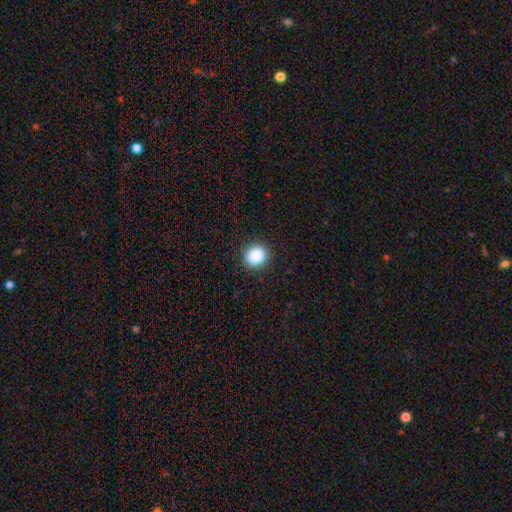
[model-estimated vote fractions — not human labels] Morphology: type=smooth (88%); roundness=round (84%); merging=none (90%).